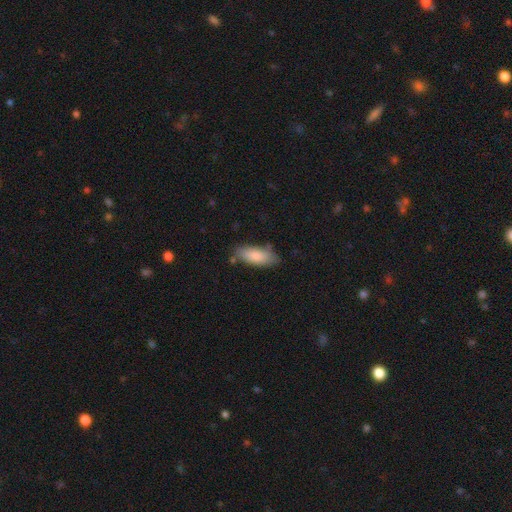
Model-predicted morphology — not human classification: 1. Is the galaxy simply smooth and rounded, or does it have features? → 84% smooth, 10% featured or disk, 6% star or artifact.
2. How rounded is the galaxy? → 78% in between, 20% cigar-shaped, 2% round.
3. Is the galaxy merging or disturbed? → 77% none, 16% minor disturbance, 4% merger, 3% major disturbance.